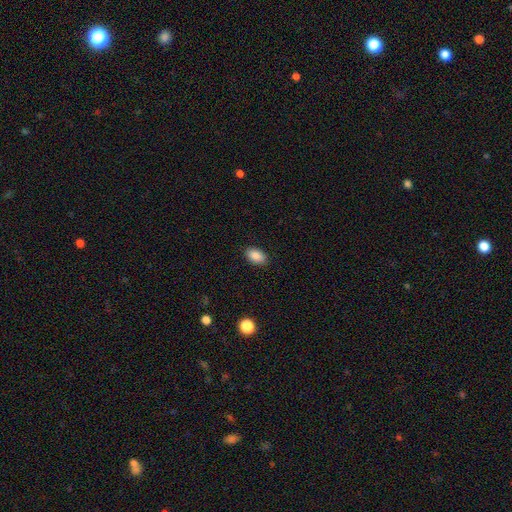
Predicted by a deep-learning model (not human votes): smooth-or-featured: smooth: 88% | star or artifact: 8% | featured or disk: 4%
  how-rounded: in between: 91% | round: 7% | cigar-shaped: 1%
  merging: none: 89% | minor disturbance: 8% | major disturbance: 2% | merger: 1%